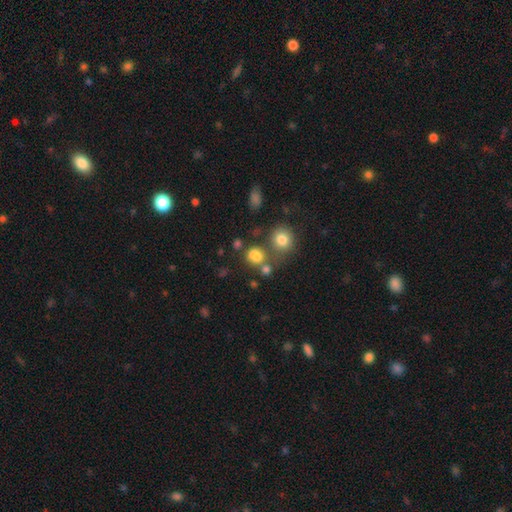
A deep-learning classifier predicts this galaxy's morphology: Q: Smooth or featured?
A: smooth (77%); runner-up: star or artifact (16%)
Q: How rounded?
A: round (68%); runner-up: in between (31%)
Q: Merging?
A: none (55%); runner-up: merger (26%)